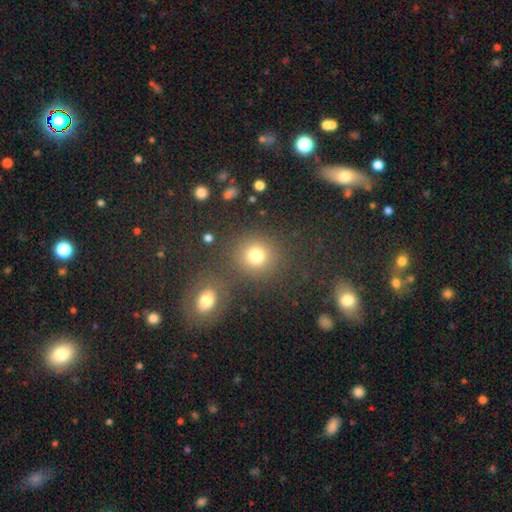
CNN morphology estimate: This is likely a smooth galaxy (77%). How rounded: clearly round (85%). Merging: likely none (75%).